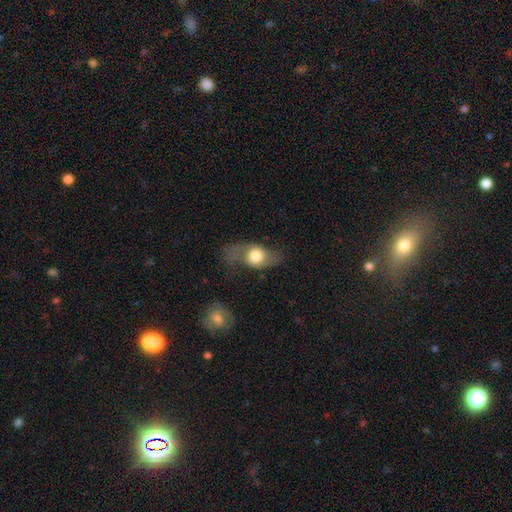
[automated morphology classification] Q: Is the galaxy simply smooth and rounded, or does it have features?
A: smooth — 50%.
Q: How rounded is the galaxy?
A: in between — 64%.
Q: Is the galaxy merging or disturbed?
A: none — 46%.